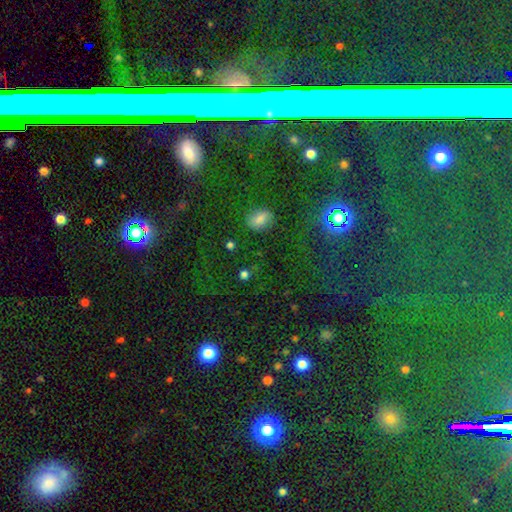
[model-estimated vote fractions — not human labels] smooth-or-featured: star or artifact: 46% | smooth: 38% | featured or disk: 16%